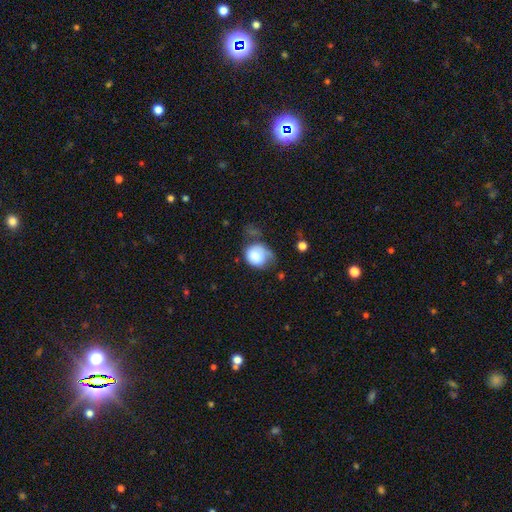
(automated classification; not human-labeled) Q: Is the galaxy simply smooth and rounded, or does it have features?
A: smooth — 81%.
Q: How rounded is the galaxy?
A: round — 63%.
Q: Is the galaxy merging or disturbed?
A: minor disturbance — 37%.